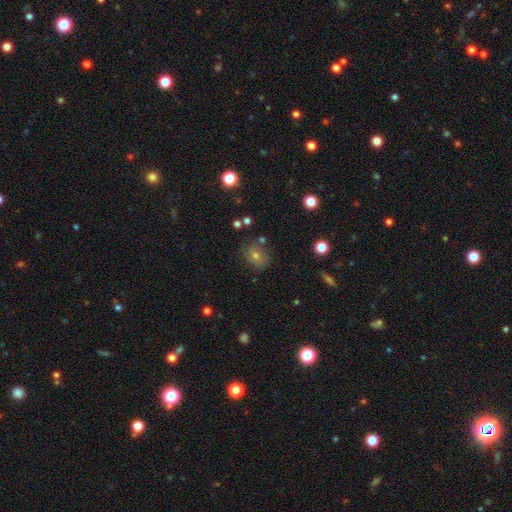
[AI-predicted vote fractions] A smooth galaxy with no disk features (57%) that is round (55%).

Vote fractions:
- Smooth or featured? smooth: 57% / star or artifact: 23% / featured or disk: 20%
- How rounded? round: 55% / in between: 43% / cigar-shaped: 1%
- Merging? none: 77% / minor disturbance: 14% / major disturbance: 5% / merger: 4%